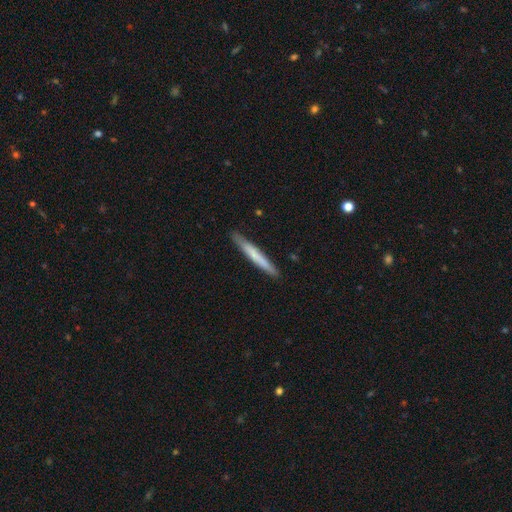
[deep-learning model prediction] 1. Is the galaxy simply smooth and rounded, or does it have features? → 65% smooth, 30% featured or disk, 5% star or artifact.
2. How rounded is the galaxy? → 96% cigar-shaped, 3% in between, 1% round.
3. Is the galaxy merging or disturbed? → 89% none, 9% minor disturbance, 2% major disturbance, 1% merger.